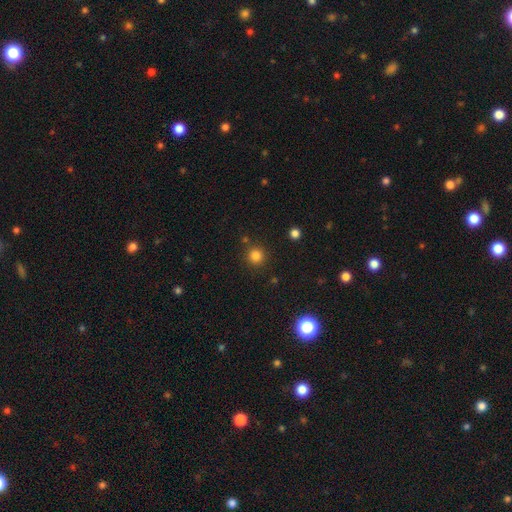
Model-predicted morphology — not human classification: type=smooth (82%); roundness=round (94%); merging=none (87%).